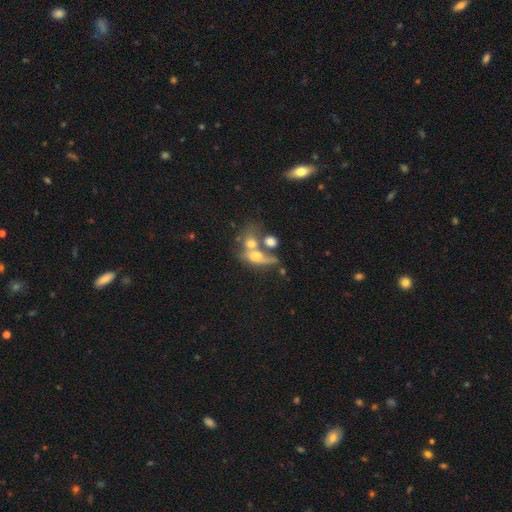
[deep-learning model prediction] smooth-or-featured: smooth: 51% | featured or disk: 36% | star or artifact: 13%
  how-rounded: in between: 62% | round: 29% | cigar-shaped: 10%
  merging: merger: 57% | none: 19% | major disturbance: 15% | minor disturbance: 9%